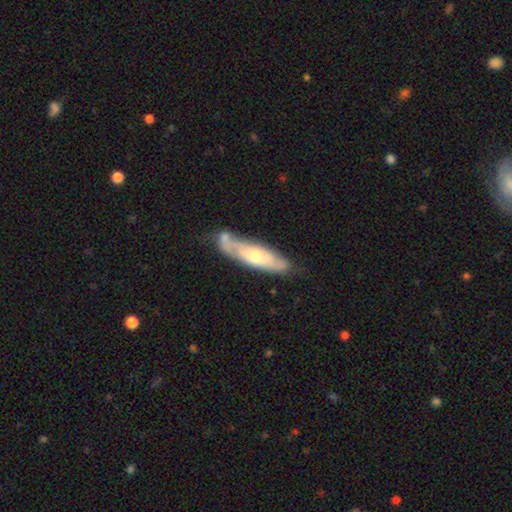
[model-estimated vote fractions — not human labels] Q: Smooth or featured?
A: featured or disk (55%); runner-up: smooth (40%)
Q: Edge-on disk?
A: no (61%); runner-up: yes (39%)
Q: Merging?
A: none (57%); runner-up: minor disturbance (22%)